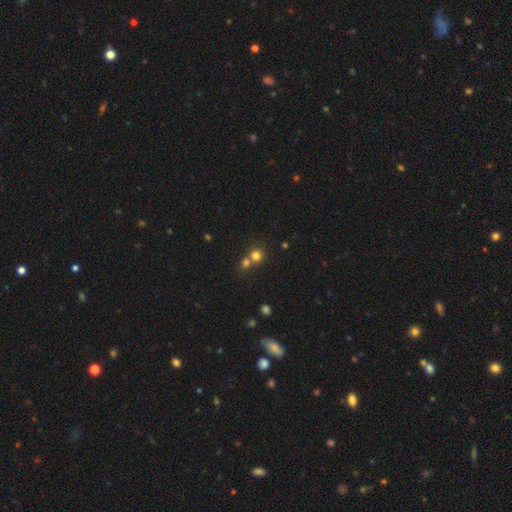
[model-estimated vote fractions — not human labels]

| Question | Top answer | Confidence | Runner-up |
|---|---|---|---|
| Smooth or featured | smooth | 75% | star or artifact (16%) |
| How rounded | round | 88% | in between (11%) |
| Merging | merger | 47% | none (46%) |